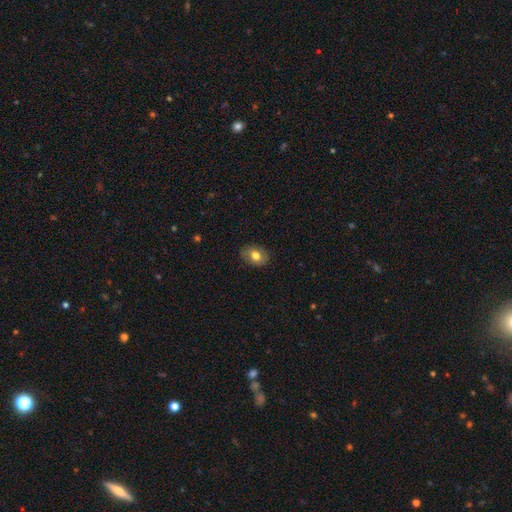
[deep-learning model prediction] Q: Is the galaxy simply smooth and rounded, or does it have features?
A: smooth — 74%.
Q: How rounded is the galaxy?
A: in between — 72%.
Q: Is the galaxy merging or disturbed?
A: none — 85%.